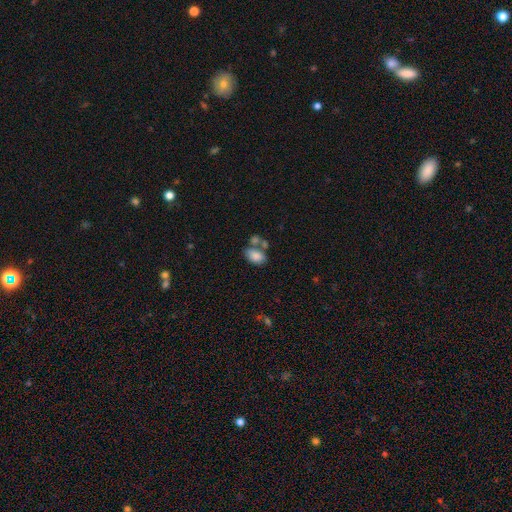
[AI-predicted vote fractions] smooth 81%, featured or disk 10%, star or artifact 8%. Down the decision tree: how rounded — in between (90%); merging — none (45%).